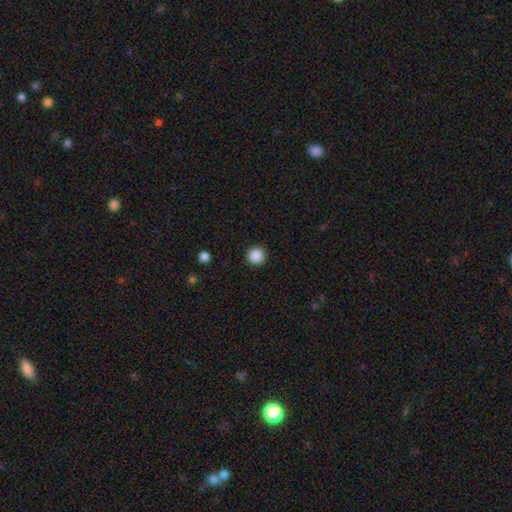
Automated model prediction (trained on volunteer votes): Smooth or featured?
  - smooth: 88% *
  - star or artifact: 10%
  - featured or disk: 3%
How rounded?
  - round: 96% *
  - in between: 3%
  - cigar-shaped: 1%
Merging?
  - none: 93% *
  - minor disturbance: 5%
  - major disturbance: 2%
  - merger: 1%